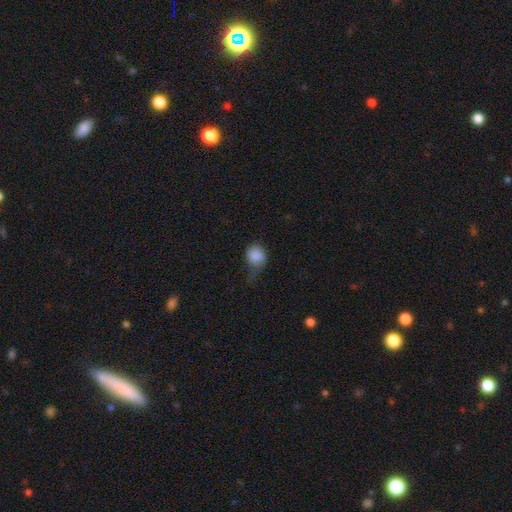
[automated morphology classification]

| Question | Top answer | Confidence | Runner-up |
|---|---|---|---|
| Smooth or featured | smooth | 85% | star or artifact (8%) |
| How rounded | round | 64% | in between (35%) |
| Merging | minor disturbance | 38% | none (32%) |